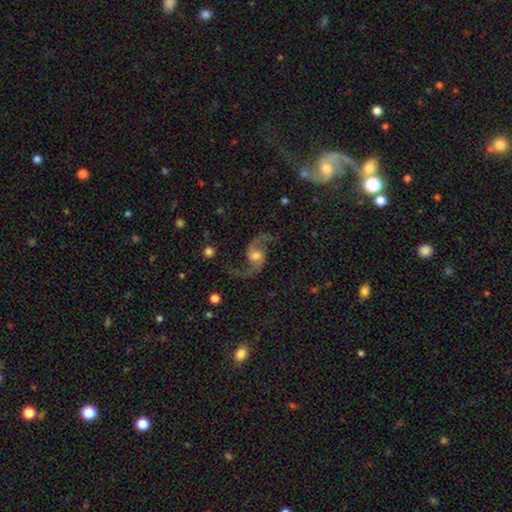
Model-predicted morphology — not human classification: featured or disk 91%, star or artifact 5%, smooth 4%. Down the decision tree: edge-on disk — no (98%); bar — no (52%); spiral arms — yes (98%); spiral arm count — 2 (95%); spiral winding — loose (77%); bulge size — moderate (60%); merging — none (78%).